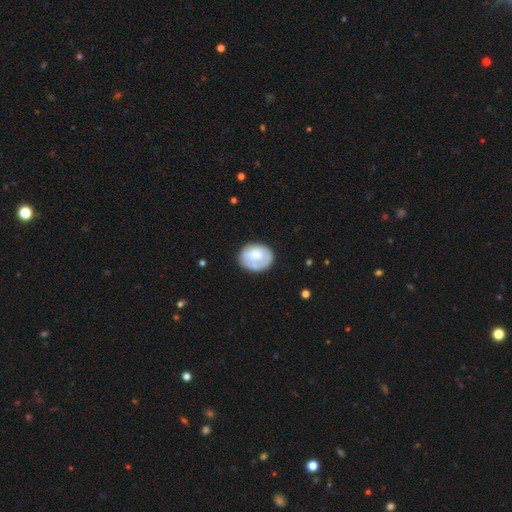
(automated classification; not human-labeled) smooth-or-featured: smooth: 63% | featured or disk: 31% | star or artifact: 6%
  how-rounded: round: 55% | in between: 44% | cigar-shaped: 1%
  merging: none: 66% | minor disturbance: 22% | major disturbance: 10% | merger: 2%